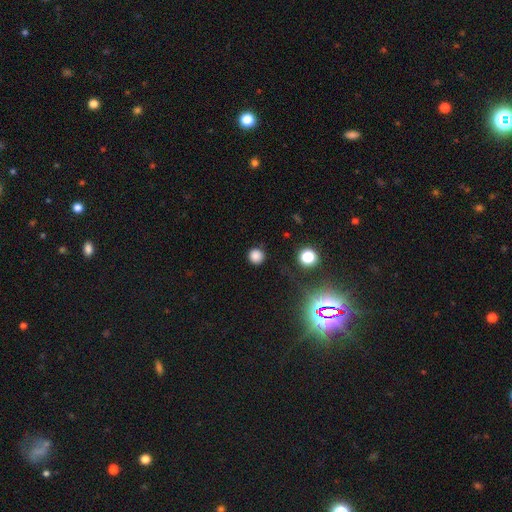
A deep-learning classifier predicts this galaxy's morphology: Smooth or featured? smooth (81%)
How rounded? round (94%)
Merging? none (89%)